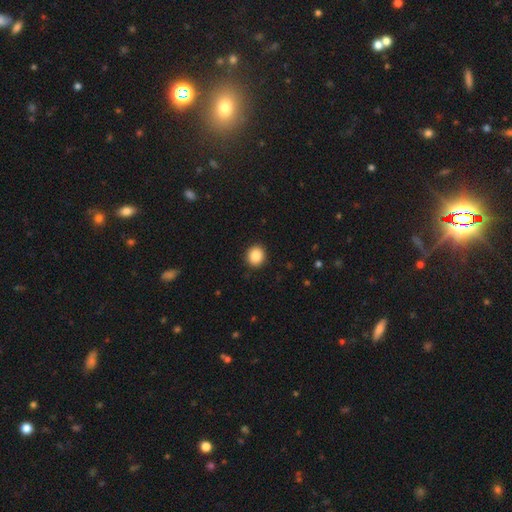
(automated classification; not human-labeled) Q: Smooth or featured?
A: smooth (88%); runner-up: star or artifact (9%)
Q: How rounded?
A: round (82%); runner-up: in between (17%)
Q: Merging?
A: none (92%); runner-up: minor disturbance (5%)